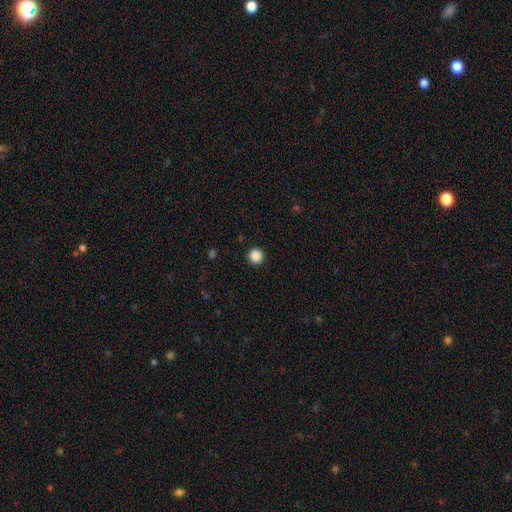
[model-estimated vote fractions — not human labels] Morphology: type=smooth (87%); roundness=round (95%); merging=none (93%).